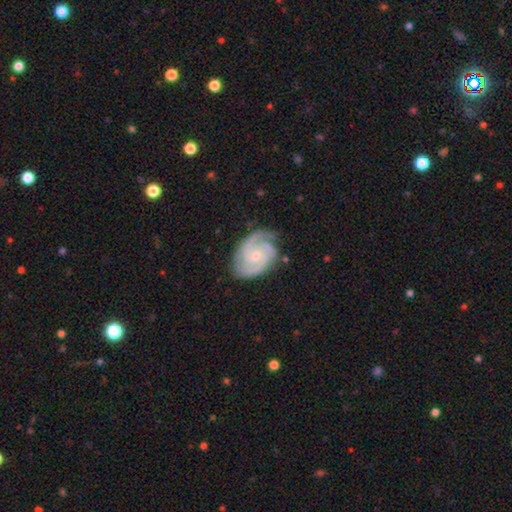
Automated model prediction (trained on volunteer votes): A featured or disk galaxy (90%) with no bar (67%), 3 (50%) tight (61%) spiral arms (98%) and a small central bulge (64%).

Vote fractions:
- Smooth or featured? featured or disk: 90% / smooth: 5% / star or artifact: 4%
- Edge-on disk? no: 98% / yes: 2%
- Bar? no: 67% / weak: 27% / strong: 5%
- Spiral arms? yes: 98% / no: 2%
- Spiral winding? tight: 61% / medium: 34% / loose: 4%
- Spiral arm count? 3: 50% / 2: 28% / can't tell: 7% / 4: 7% / 1: 3% / more than 4: 3%
- Bulge size? small: 64% / moderate: 32% / none: 2% / large: 1% / dominant: 1%
- Merging? none: 76% / minor disturbance: 18% / major disturbance: 4% / merger: 1%